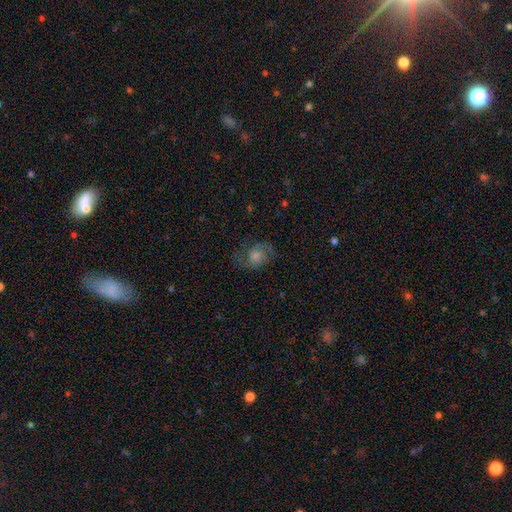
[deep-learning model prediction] This appears to be a featured or disk galaxy (60%) with no bar (72%), 2 (76%) medium (50%) spiral arms (89%) and a moderate central bulge (45%). Merging: none (71%).